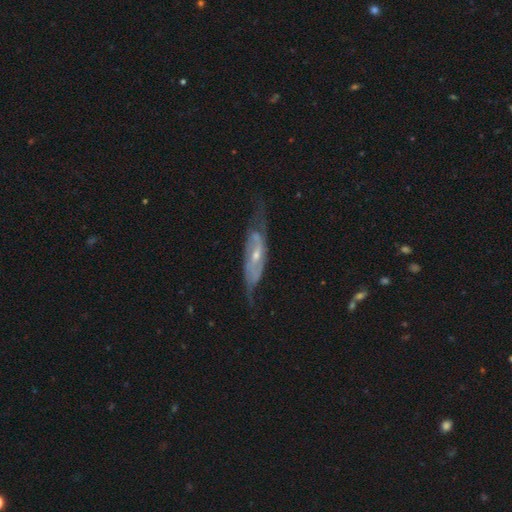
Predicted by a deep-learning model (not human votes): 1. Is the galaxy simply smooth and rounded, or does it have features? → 80% featured or disk, 14% smooth, 6% star or artifact.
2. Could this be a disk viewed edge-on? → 72% no, 28% yes.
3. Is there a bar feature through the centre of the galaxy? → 43% no, 39% weak, 17% strong.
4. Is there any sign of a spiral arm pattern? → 86% yes, 14% no.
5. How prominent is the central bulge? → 57% small, 39% moderate, 2% none, 1% large, 1% dominant.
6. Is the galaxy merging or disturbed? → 63% none, 23% minor disturbance, 12% major disturbance, 2% merger.